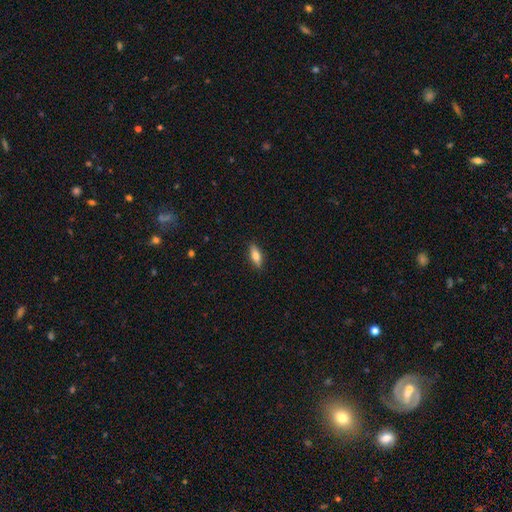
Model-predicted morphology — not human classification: smooth-or-featured: smooth: 72% | featured or disk: 21% | star or artifact: 7%
  how-rounded: in between: 68% | cigar-shaped: 29% | round: 3%
  merging: none: 88% | minor disturbance: 9% | major disturbance: 2% | merger: 1%